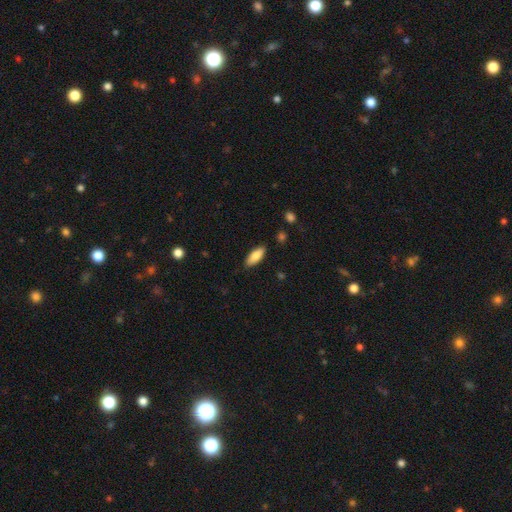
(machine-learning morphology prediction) Q: Smooth or featured?
A: smooth (82%); runner-up: featured or disk (12%)
Q: How rounded?
A: in between (78%); runner-up: cigar-shaped (21%)
Q: Merging?
A: none (85%); runner-up: minor disturbance (12%)